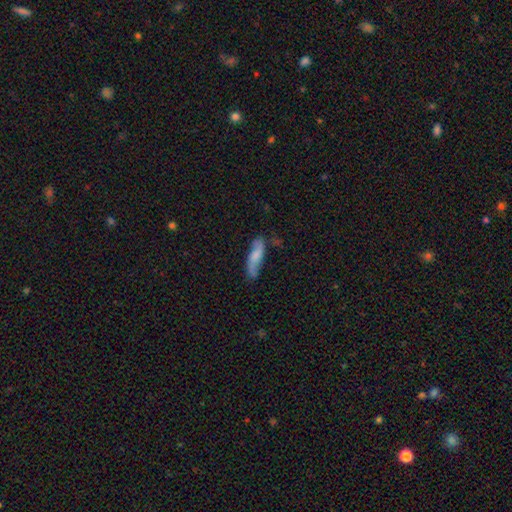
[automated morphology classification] smooth 54%, featured or disk 39%, star or artifact 7%. Down the decision tree: how rounded — cigar-shaped (61%); merging — none (65%).